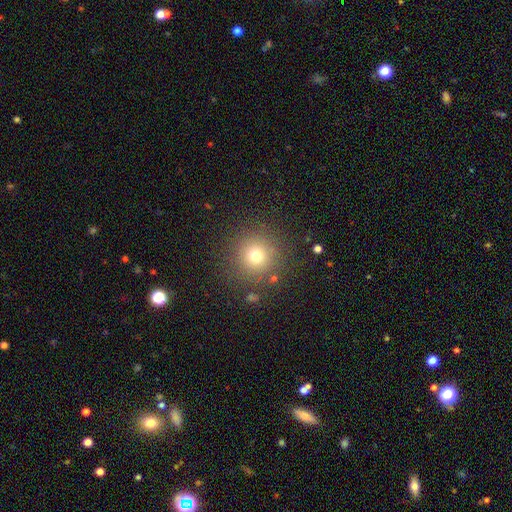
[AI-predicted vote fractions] Morphology: type=smooth (73%); roundness=round (94%); merging=none (86%).